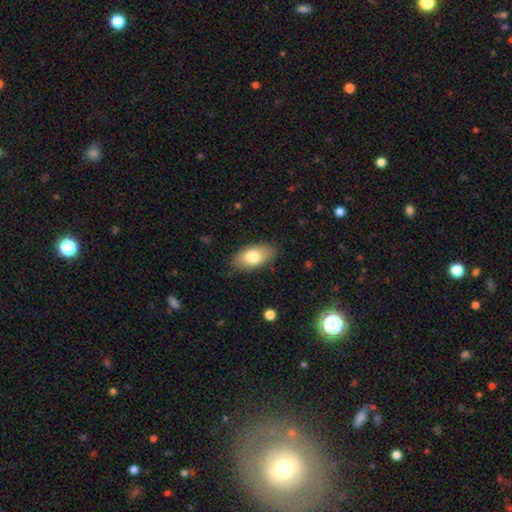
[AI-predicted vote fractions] A smooth galaxy with no disk features (78%) that is in between round and cigar-shaped (93%). Merging: none (85%).